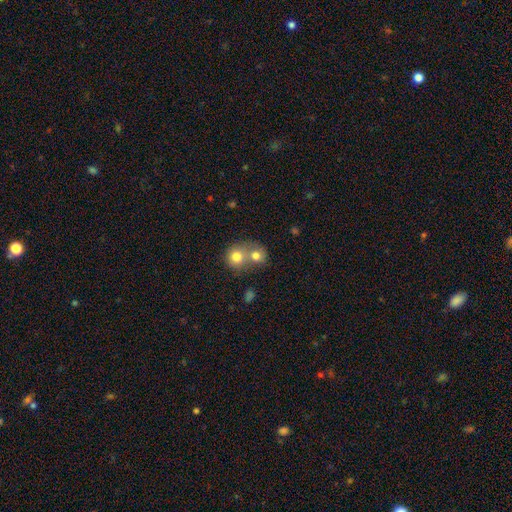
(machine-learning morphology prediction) smooth-or-featured: smooth: 75% | featured or disk: 14% | star or artifact: 10%
  how-rounded: round: 75% | in between: 24% | cigar-shaped: 1%
  merging: merger: 65% | none: 26% | minor disturbance: 6% | major disturbance: 3%